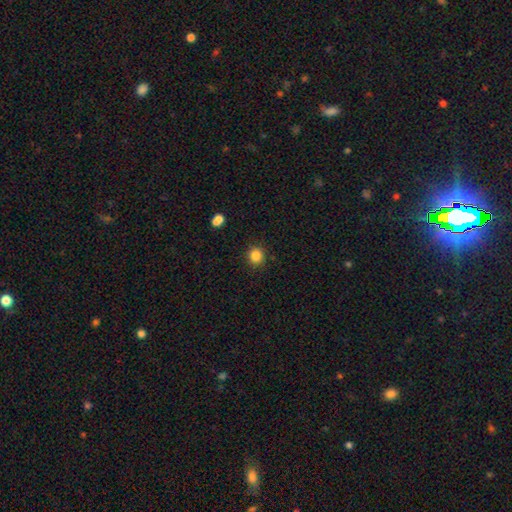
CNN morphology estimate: A smooth galaxy with no disk features (85%) that is round (88%).

Vote fractions:
- Smooth or featured? smooth: 85% / star or artifact: 11% / featured or disk: 4%
- How rounded? round: 88% / in between: 11% / cigar-shaped: 1%
- Merging? none: 90% / minor disturbance: 7% / major disturbance: 2% / merger: 1%